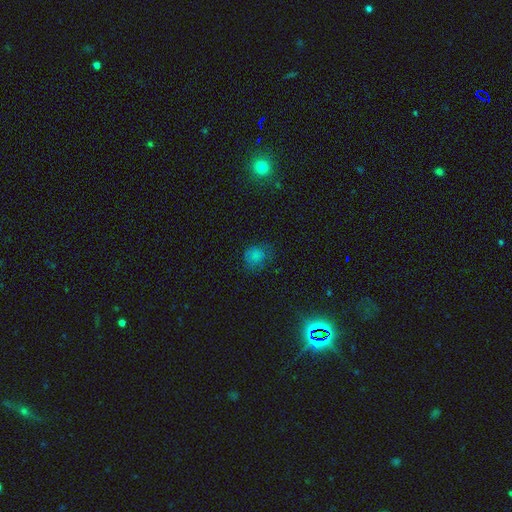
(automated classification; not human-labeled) Smooth or featured: smooth — 74% (star or artifact — 18%)
How rounded: round — 73% (in between — 26%)
Merging: none — 63% (minor disturbance — 24%)